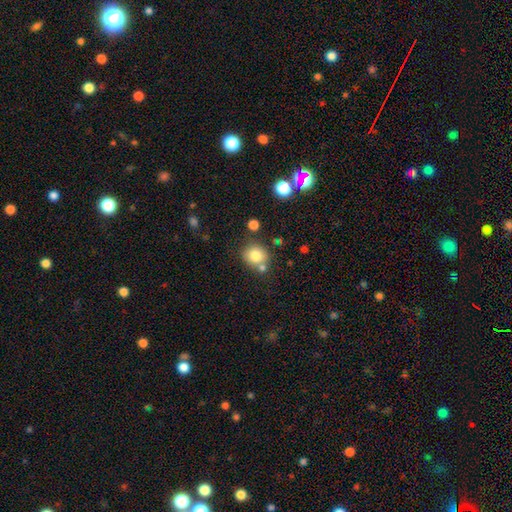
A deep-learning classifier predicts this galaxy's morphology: Smooth or featured?
  - smooth: 79% *
  - star or artifact: 11%
  - featured or disk: 10%
How rounded?
  - round: 78% *
  - in between: 22%
  - cigar-shaped: 1%
Merging?
  - none: 67% *
  - merger: 17%
  - minor disturbance: 12%
  - major disturbance: 4%